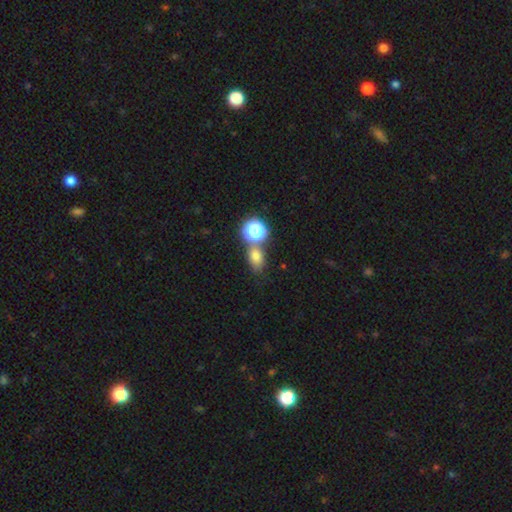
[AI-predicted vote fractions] Smooth or featured: smooth — 71% (star or artifact — 19%)
How rounded: in between — 63% (round — 35%)
Merging: none — 59% (merger — 24%)